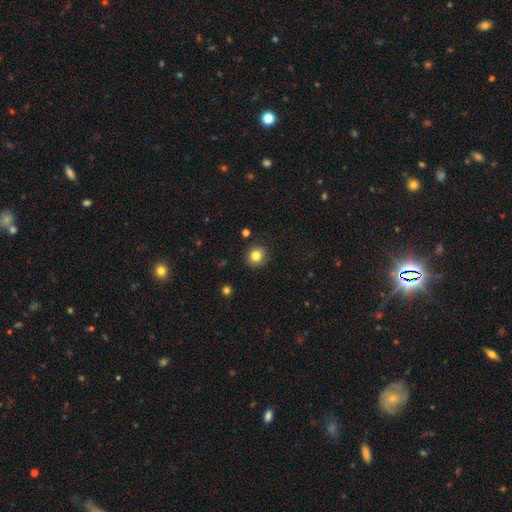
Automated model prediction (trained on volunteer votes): Smooth or featured? Predicted: smooth (p=0.81). How rounded? Predicted: round (p=0.86). Merging? Predicted: none (p=0.89).